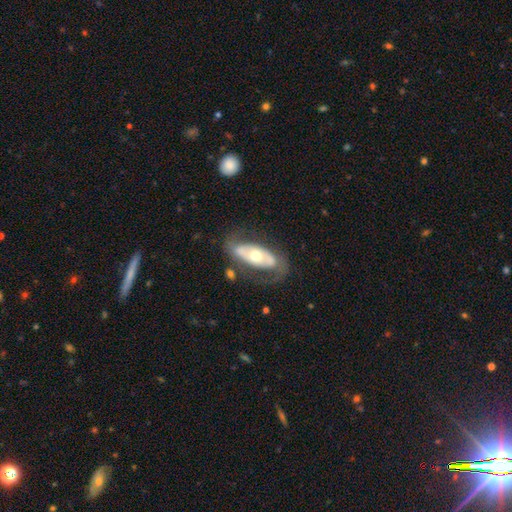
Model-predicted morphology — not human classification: Smooth or featured? Predicted: featured or disk (p=0.65). Edge-on disk? Predicted: no (p=0.86). Bar? Predicted: no (p=0.72). Spiral arms? Predicted: no (p=0.52). Bulge size? Predicted: moderate (p=0.70). Merging? Predicted: none (p=0.65).